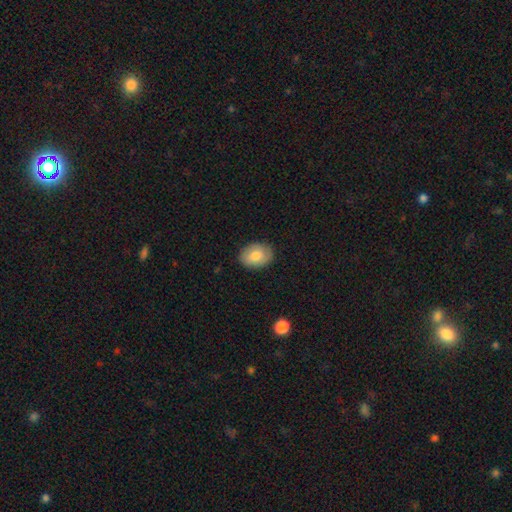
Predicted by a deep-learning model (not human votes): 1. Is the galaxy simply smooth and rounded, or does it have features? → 80% smooth, 14% featured or disk, 6% star or artifact.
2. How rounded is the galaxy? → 75% in between, 24% round, 1% cigar-shaped.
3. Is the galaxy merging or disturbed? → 86% none, 11% minor disturbance, 2% major disturbance, 1% merger.